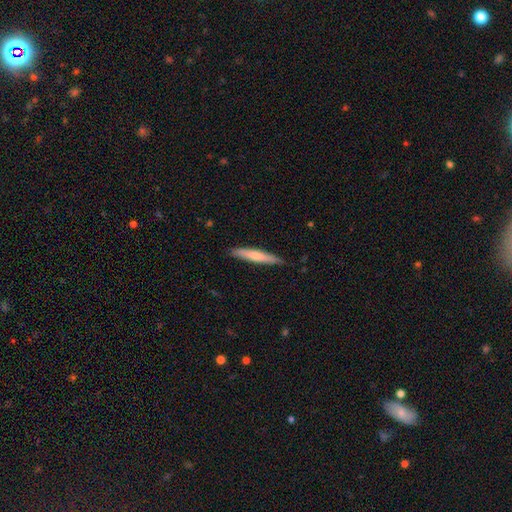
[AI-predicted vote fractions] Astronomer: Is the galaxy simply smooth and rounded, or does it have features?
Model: smooth — 65%.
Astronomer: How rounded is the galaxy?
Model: cigar-shaped — 93%.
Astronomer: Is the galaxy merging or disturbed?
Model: none — 87%.